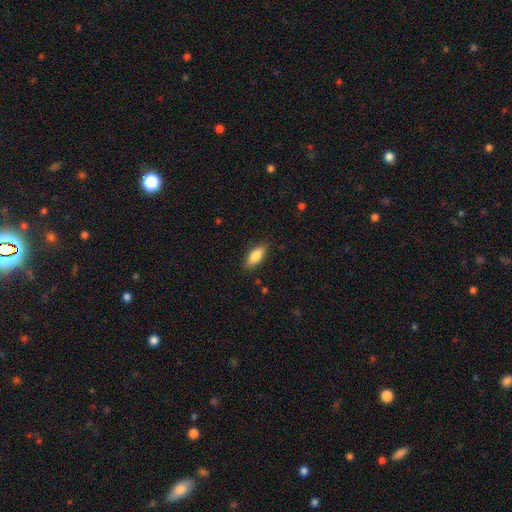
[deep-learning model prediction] Smooth or featured: smooth — 83% (featured or disk — 11%)
How rounded: in between — 79% (cigar-shaped — 19%)
Merging: none — 85% (minor disturbance — 12%)